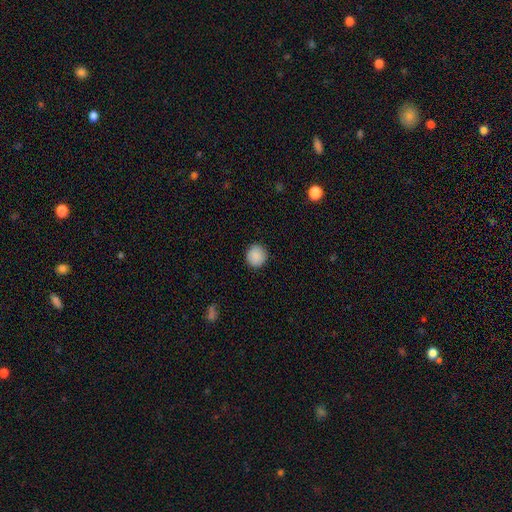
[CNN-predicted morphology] This is clearly a smooth galaxy (89%). How rounded: clearly round (87%). Merging: clearly none (90%).